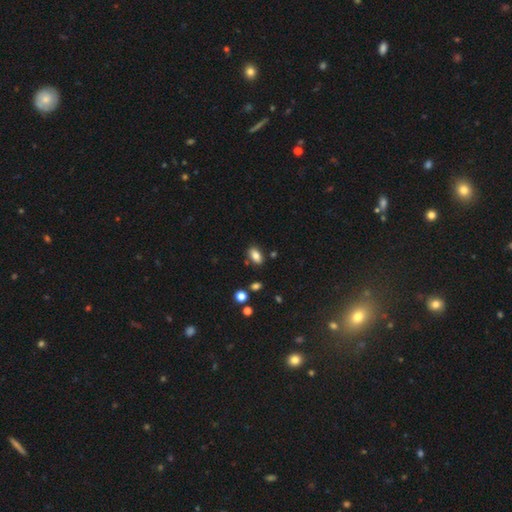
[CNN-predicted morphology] A smooth galaxy with no disk features (82%) that is in between round and cigar-shaped (89%). Merging: none (81%).